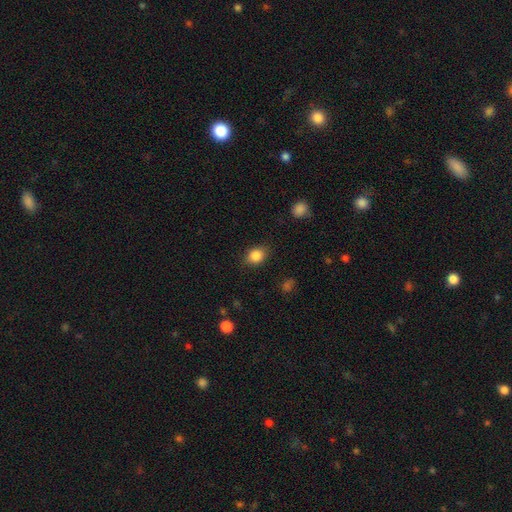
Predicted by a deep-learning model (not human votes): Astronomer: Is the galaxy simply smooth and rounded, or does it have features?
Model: smooth — 86%.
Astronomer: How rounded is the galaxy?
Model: in between — 58% (runner-up: round, 41%).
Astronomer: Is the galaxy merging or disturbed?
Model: none — 83%.